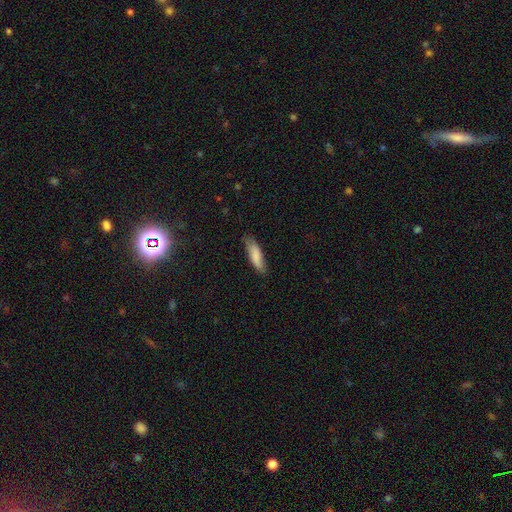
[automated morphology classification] A smooth galaxy with no disk features (83%) that is cigar-shaped (58%).

Vote fractions:
- Smooth or featured? smooth: 83% / featured or disk: 11% / star or artifact: 6%
- How rounded? cigar-shaped: 58% / in between: 40% / round: 2%
- Merging? none: 74% / minor disturbance: 21% / major disturbance: 4% / merger: 1%